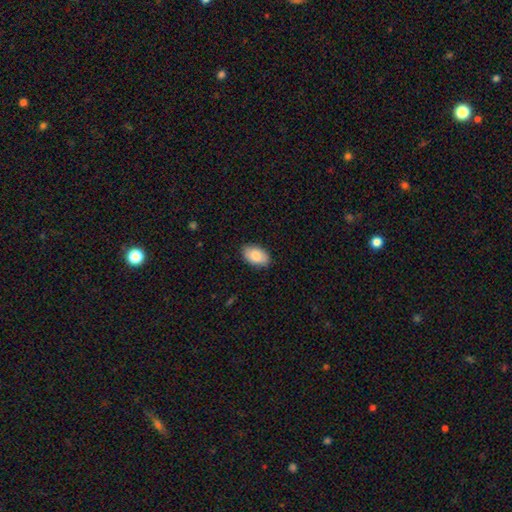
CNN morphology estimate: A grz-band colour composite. It shows a smooth galaxy with no disk features (85%) that is in between round and cigar-shaped (92%). Merging: none (86%).